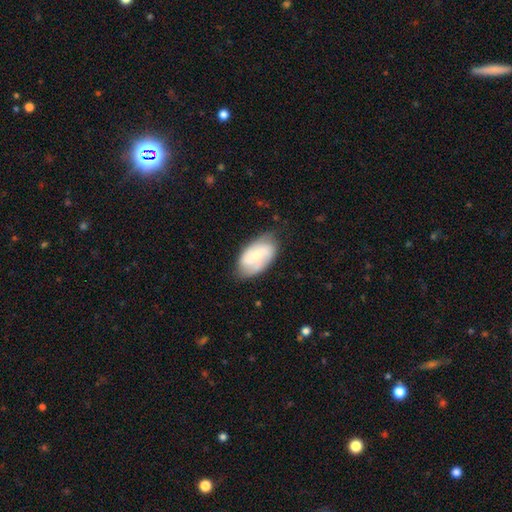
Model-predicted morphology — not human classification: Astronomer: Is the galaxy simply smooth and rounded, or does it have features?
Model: featured or disk — 59% (runner-up: smooth, 35%).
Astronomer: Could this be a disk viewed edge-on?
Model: no — 95%.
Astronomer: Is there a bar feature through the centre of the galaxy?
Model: no — 52% (runner-up: weak, 36%).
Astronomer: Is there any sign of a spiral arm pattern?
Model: yes — 86%.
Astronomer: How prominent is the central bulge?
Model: small — 61%.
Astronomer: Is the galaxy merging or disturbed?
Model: none — 70%.